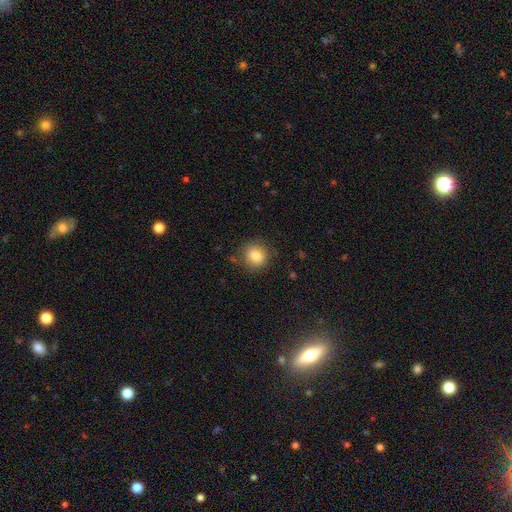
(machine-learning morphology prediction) smooth_or_featured: smooth (p=0.83) [alt: star or artifact p=0.09]
how_rounded: round (p=0.84) [alt: in between p=0.15]
merging: none (p=0.81) [alt: minor disturbance p=0.14]